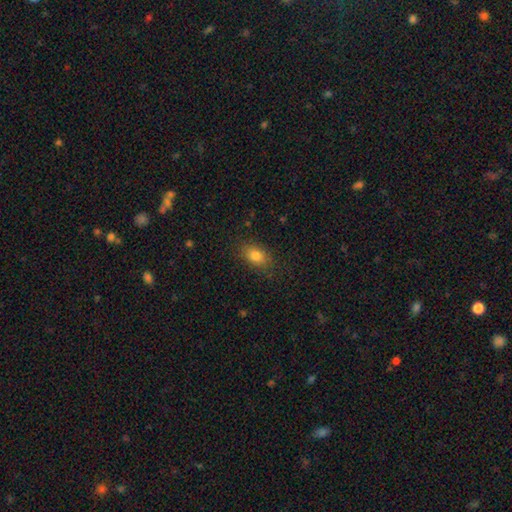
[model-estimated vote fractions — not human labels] A smooth galaxy with no disk features (82%) that is in between round and cigar-shaped (84%). Merging: none (85%).